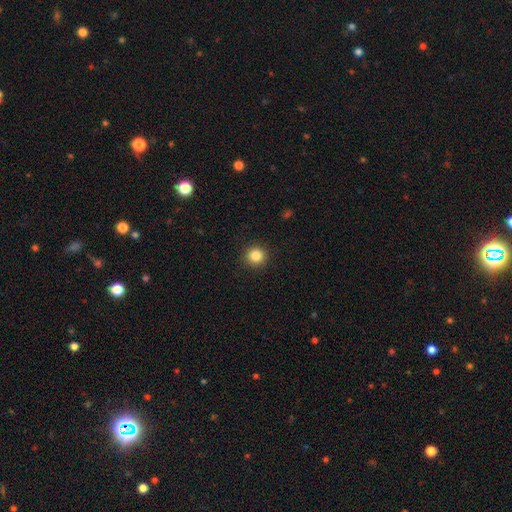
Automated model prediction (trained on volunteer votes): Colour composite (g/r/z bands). It shows a smooth galaxy with no disk features (85%) that is round (93%). Merging: none (91%).